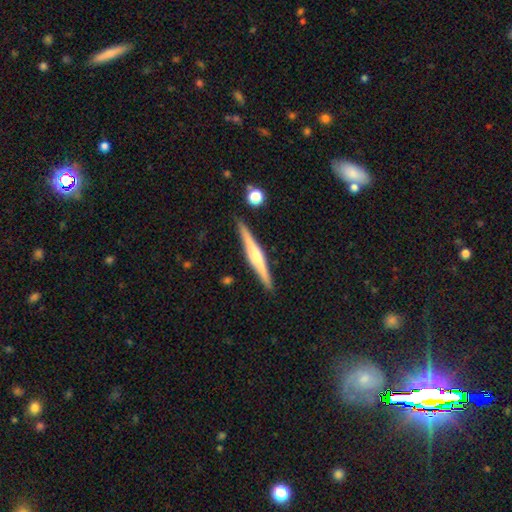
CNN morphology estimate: Q: Smooth or featured?
A: featured or disk (74%); runner-up: smooth (21%)
Q: Edge-on disk?
A: yes (98%); runner-up: no (2%)
Q: Edge-on bulge?
A: rounded (87%); runner-up: boxy (8%)
Q: Merging?
A: none (90%); runner-up: minor disturbance (7%)